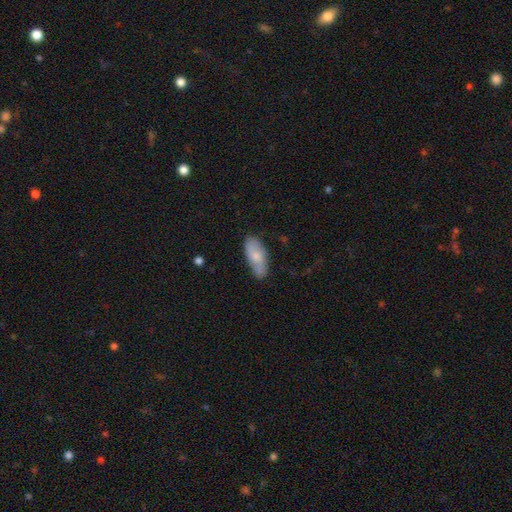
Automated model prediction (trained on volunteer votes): Overall: smooth (72%). How rounded: in between (84%). Merging: none (69%).